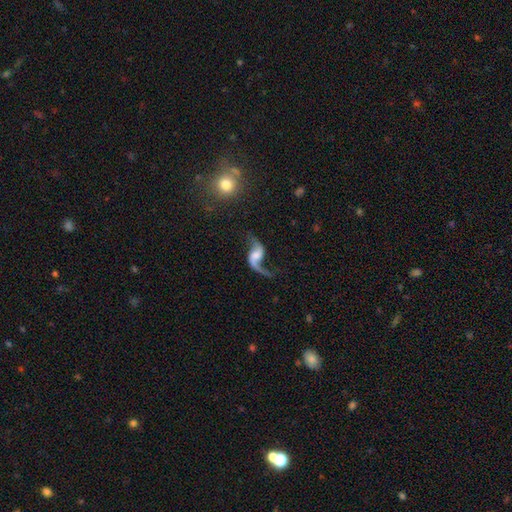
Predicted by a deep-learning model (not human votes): Smooth or featured: featured or disk — 88% (smooth — 6%)
Edge-on disk: no — 97% (yes — 3%)
Bar: no — 46% (weak — 38%)
Spiral arms: yes — 96% (no — 4%)
Spiral winding: loose — 89% (medium — 9%)
Spiral arm count: 2 — 90% (1 — 6%)
Bulge size: moderate — 30% (small — 24%)
Merging: none — 64% (major disturbance — 17%)